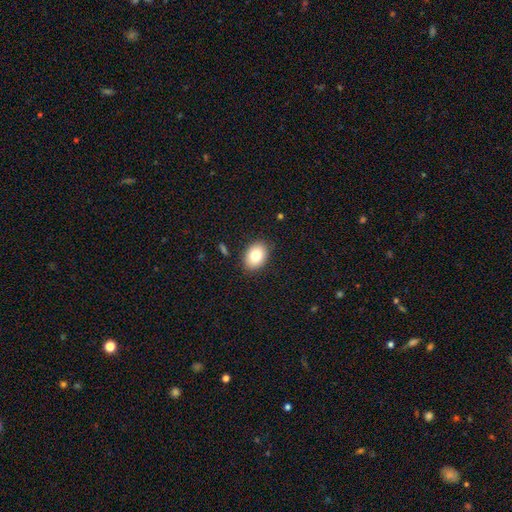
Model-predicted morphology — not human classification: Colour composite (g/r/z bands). It shows a smooth galaxy with no disk features (80%) that is in between round and cigar-shaped (73%). Merging: none (88%).